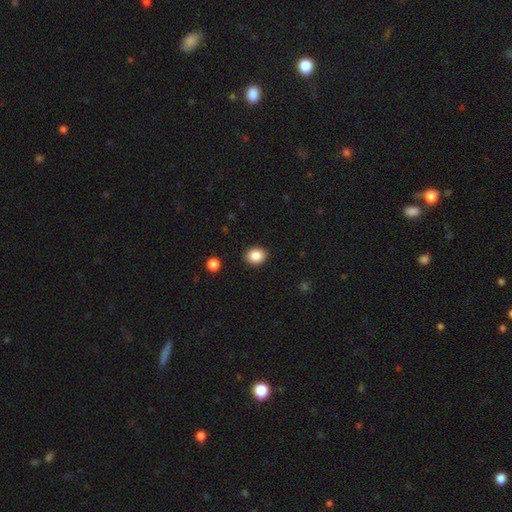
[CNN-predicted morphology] Q: Smooth or featured?
A: smooth (87%); runner-up: star or artifact (9%)
Q: How rounded?
A: round (58%); runner-up: in between (41%)
Q: Merging?
A: none (90%); runner-up: minor disturbance (7%)